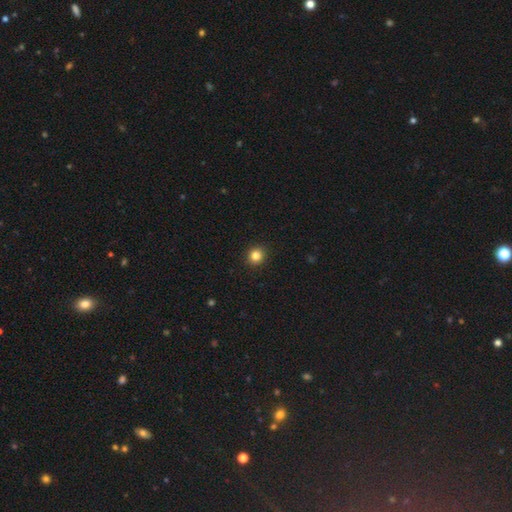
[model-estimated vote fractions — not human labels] Smooth or featured? Predicted: smooth (p=0.83). How rounded? Predicted: round (p=0.89). Merging? Predicted: none (p=0.93).